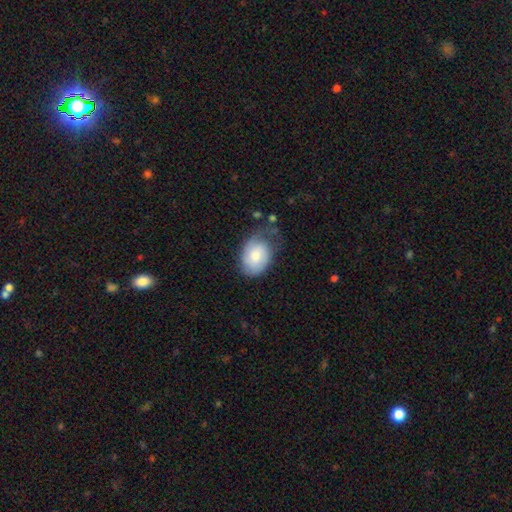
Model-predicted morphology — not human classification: The model was most divided on "merging": none: 44%, minor disturbance: 34%, major disturbance: 20%, merger: 3%. More confident: how rounded — in between (74%); smooth or featured — smooth (66%).